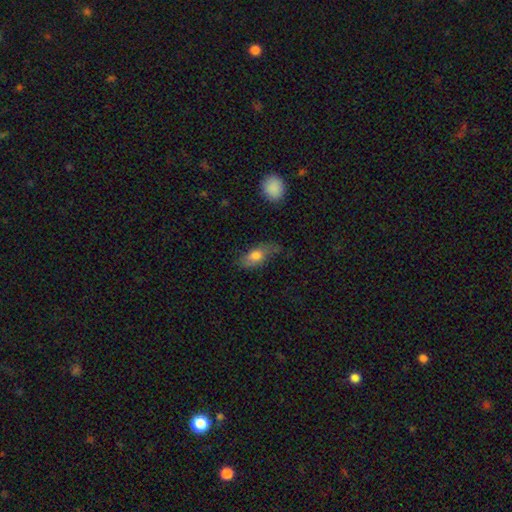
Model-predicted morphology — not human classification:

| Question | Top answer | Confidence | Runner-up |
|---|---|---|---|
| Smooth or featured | smooth | 69% | featured or disk (23%) |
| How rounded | in between | 79% | cigar-shaped (16%) |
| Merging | none | 60% | minor disturbance (27%) |